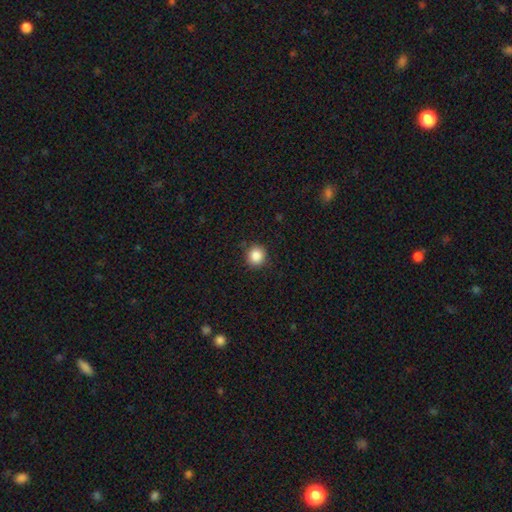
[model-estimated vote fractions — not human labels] This is clearly a smooth galaxy (86%). How rounded: clearly round (92%). Merging: clearly none (89%).